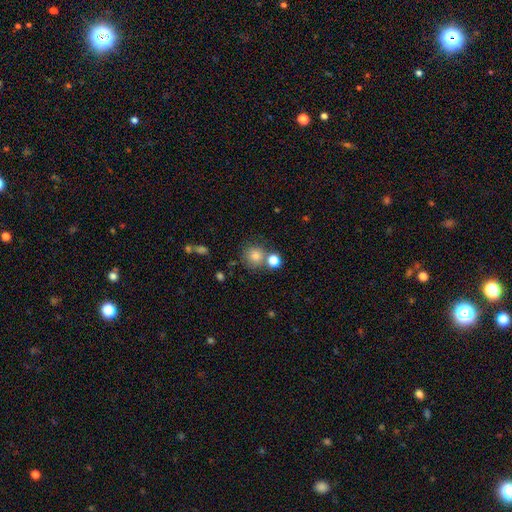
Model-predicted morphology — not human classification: A smooth galaxy with no disk features (81%) that is round (90%). Merging: none (65%).